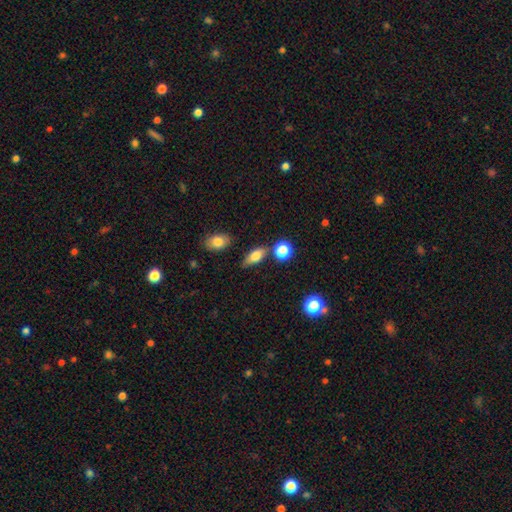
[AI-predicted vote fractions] The model was most divided on "merging": none: 70%, minor disturbance: 17%, merger: 9%, major disturbance: 4%. More confident: how rounded — in between (74%); smooth or featured — smooth (72%).